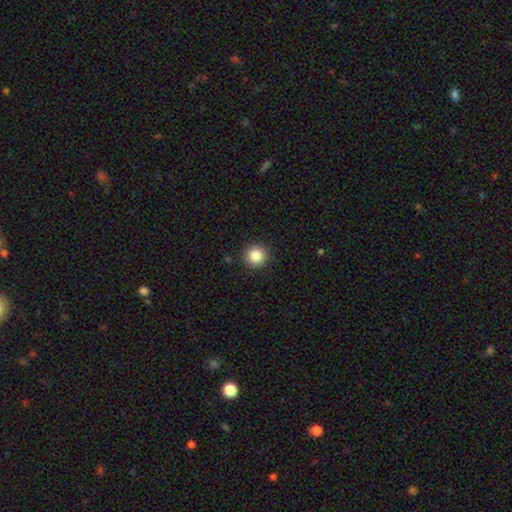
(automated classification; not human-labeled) Smooth or featured? smooth (85%)
How rounded? round (95%)
Merging? none (92%)